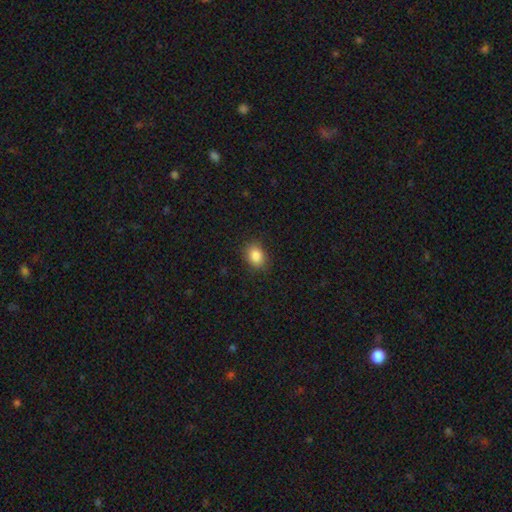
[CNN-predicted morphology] Smooth or featured? smooth (86%)
How rounded? in between (59%)
Merging? none (85%)